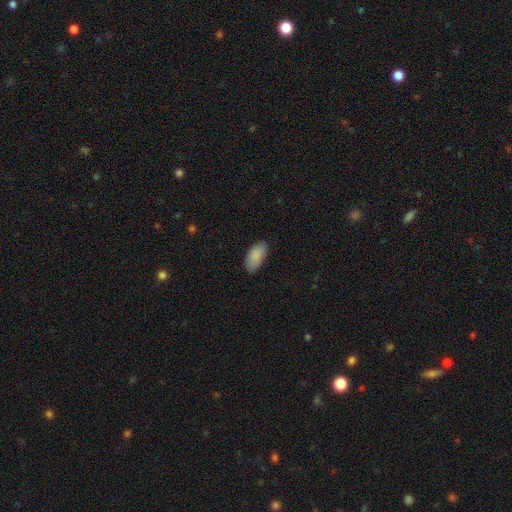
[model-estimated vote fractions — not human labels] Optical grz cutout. It shows a smooth galaxy with no disk features (88%) that is in between round and cigar-shaped (93%). Merging: none (81%).